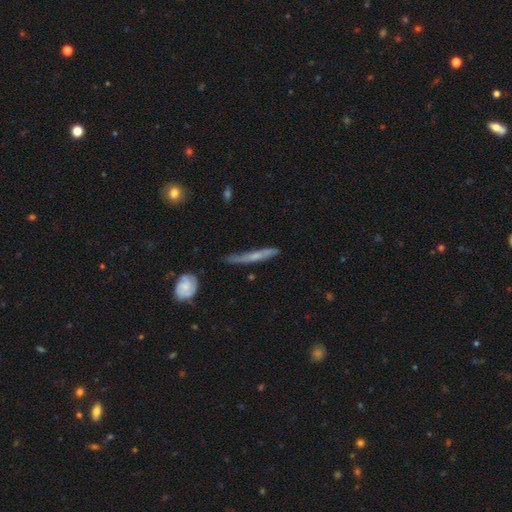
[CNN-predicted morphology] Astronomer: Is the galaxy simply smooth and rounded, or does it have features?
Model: featured or disk — 54% (runner-up: smooth, 39%).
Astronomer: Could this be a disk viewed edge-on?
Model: yes — 88%.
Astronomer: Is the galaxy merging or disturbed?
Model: none — 70%.